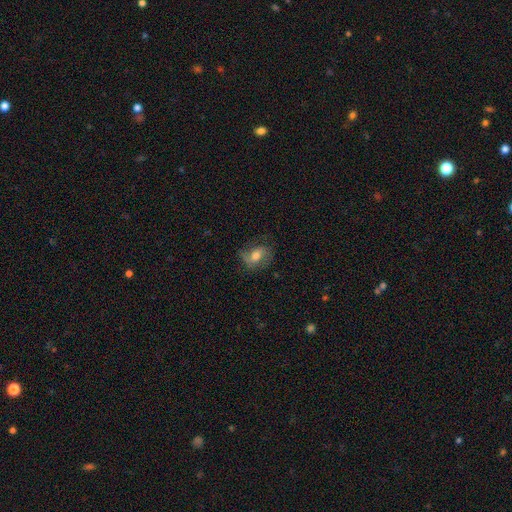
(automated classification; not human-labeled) A smooth galaxy with no disk features (46%). Merging: none (61%).